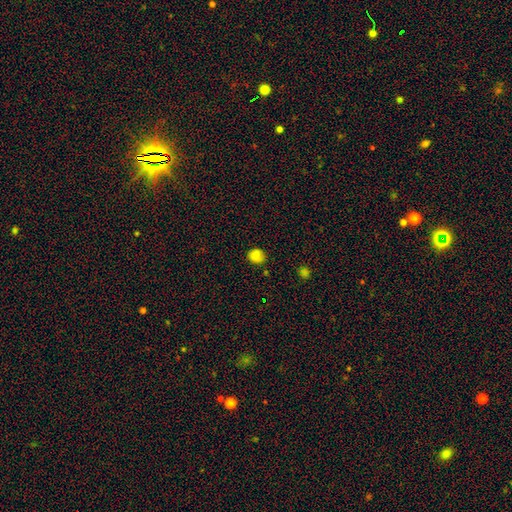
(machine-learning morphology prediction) Smooth or featured?
  - smooth: 82% *
  - star or artifact: 13%
  - featured or disk: 5%
How rounded?
  - round: 74% *
  - in between: 25%
  - cigar-shaped: 1%
Merging?
  - none: 76% *
  - minor disturbance: 18%
  - major disturbance: 3%
  - merger: 3%